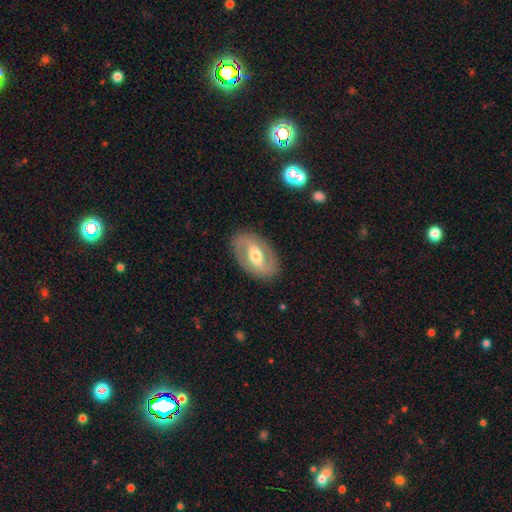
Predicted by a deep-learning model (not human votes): A featured or disk galaxy (74%) with a weak bar (41%), 2 (87%) medium (48%) spiral arms (73%) and a moderate central bulge (70%). Merging: none (86%).